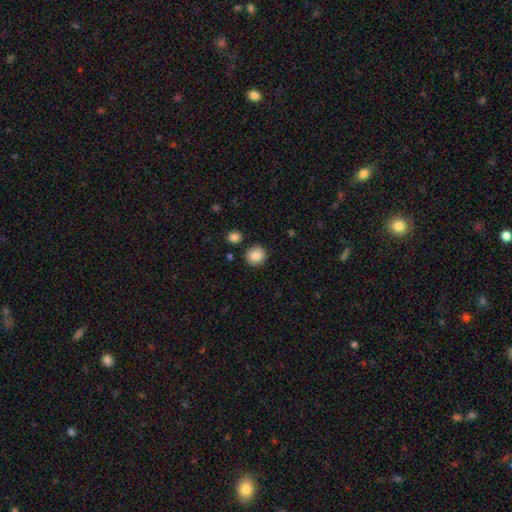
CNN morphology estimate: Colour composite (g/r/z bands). It shows a smooth galaxy with no disk features (86%) that is round (92%). Merging: none (88%).